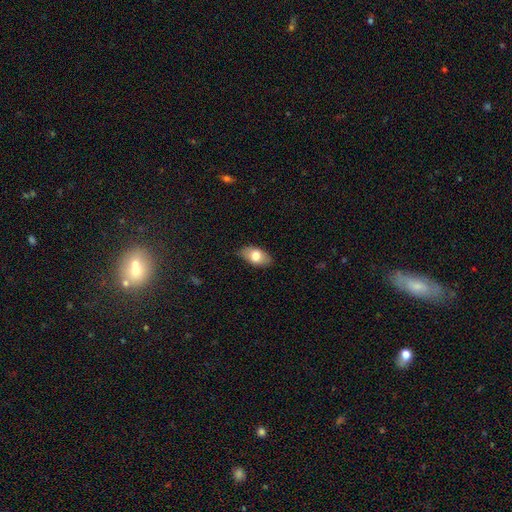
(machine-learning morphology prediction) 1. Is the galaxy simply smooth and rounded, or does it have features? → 75% smooth, 18% featured or disk, 7% star or artifact.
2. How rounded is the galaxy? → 92% in between, 5% round, 3% cigar-shaped.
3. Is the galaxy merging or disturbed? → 82% none, 14% minor disturbance, 3% major disturbance, 1% merger.